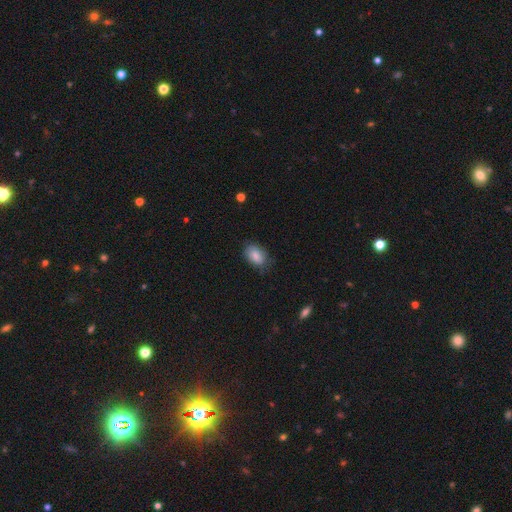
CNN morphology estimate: Overall: smooth (84%). How rounded: in between (85%). Merging: none (71%).